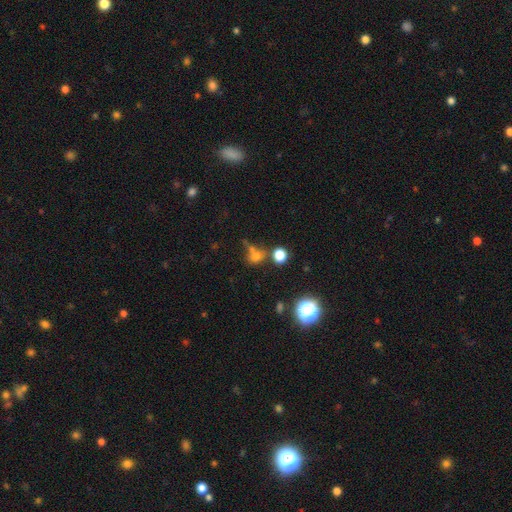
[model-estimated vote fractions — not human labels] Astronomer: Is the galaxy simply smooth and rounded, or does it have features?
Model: smooth — 67%.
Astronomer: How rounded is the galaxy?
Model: round — 73%.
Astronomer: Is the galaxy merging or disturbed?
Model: none — 53%.